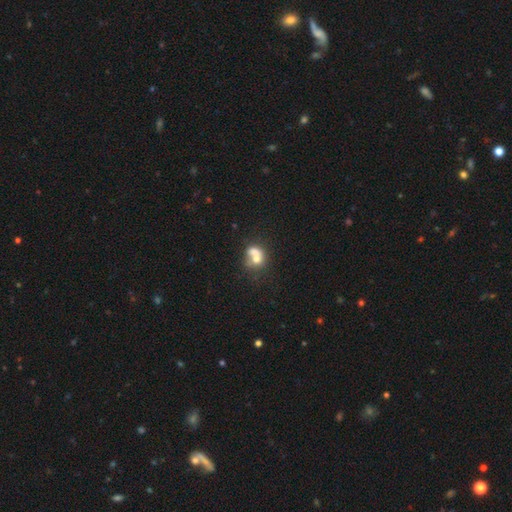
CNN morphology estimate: Smooth or featured?
  - smooth: 62% *
  - featured or disk: 27%
  - star or artifact: 11%
How rounded?
  - round: 59% *
  - in between: 40%
  - cigar-shaped: 1%
Merging?
  - merger: 61% *
  - none: 22%
  - minor disturbance: 9%
  - major disturbance: 7%